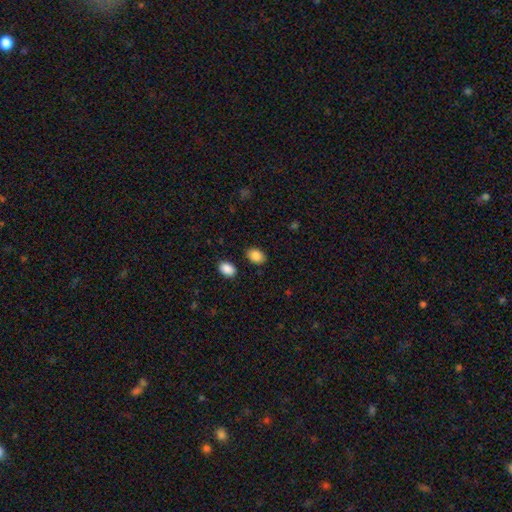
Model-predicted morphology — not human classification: This is clearly a smooth galaxy (88%). How rounded: likely in between (79%). Merging: clearly none (84%).